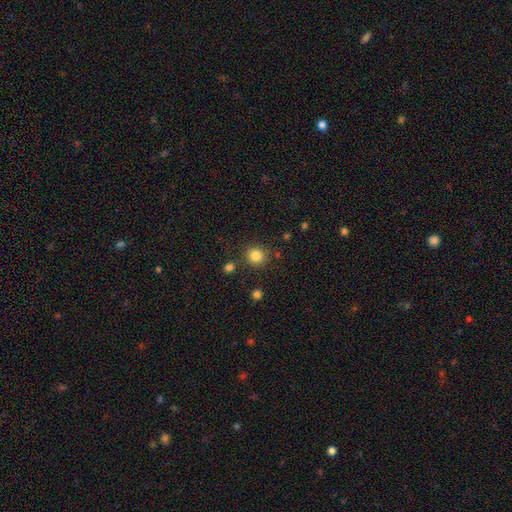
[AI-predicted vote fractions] Q: Smooth or featured?
A: smooth (84%); runner-up: star or artifact (11%)
Q: How rounded?
A: round (90%); runner-up: in between (9%)
Q: Merging?
A: none (84%); runner-up: minor disturbance (8%)